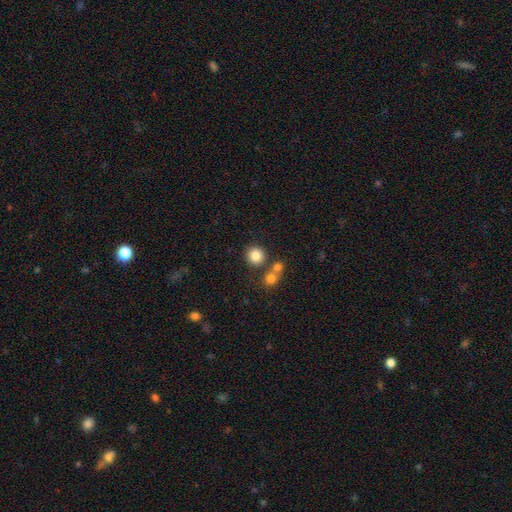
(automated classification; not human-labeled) smooth 83%, star or artifact 11%, featured or disk 6%. Down the decision tree: how rounded — round (92%); merging — none (76%).